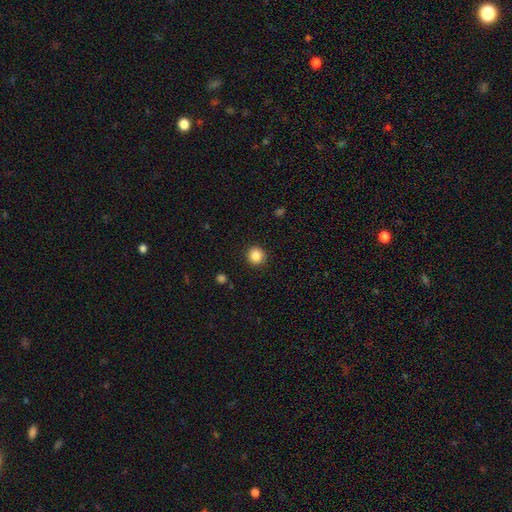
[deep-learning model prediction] A smooth galaxy with no disk features (86%) that is round (93%).

Vote fractions:
- Smooth or featured? smooth: 86% / star or artifact: 10% / featured or disk: 4%
- How rounded? round: 93% / in between: 6% / cigar-shaped: 1%
- Merging? none: 91% / minor disturbance: 6% / major disturbance: 2% / merger: 1%